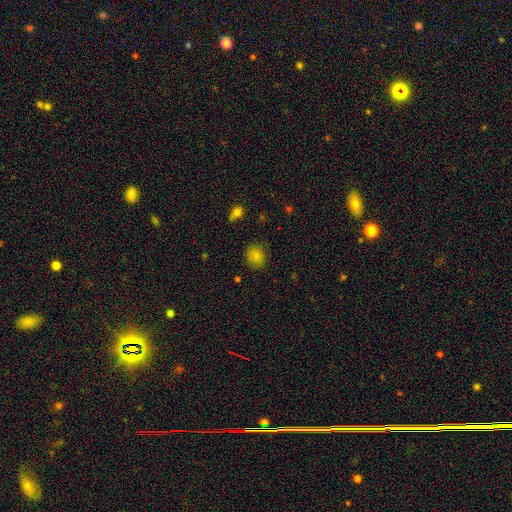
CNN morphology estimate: A smooth galaxy with no disk features (78%) that is round (66%).

Vote fractions:
- Smooth or featured? smooth: 78% / star or artifact: 14% / featured or disk: 8%
- How rounded? round: 66% / in between: 33% / cigar-shaped: 1%
- Merging? none: 84% / minor disturbance: 12% / major disturbance: 3% / merger: 1%